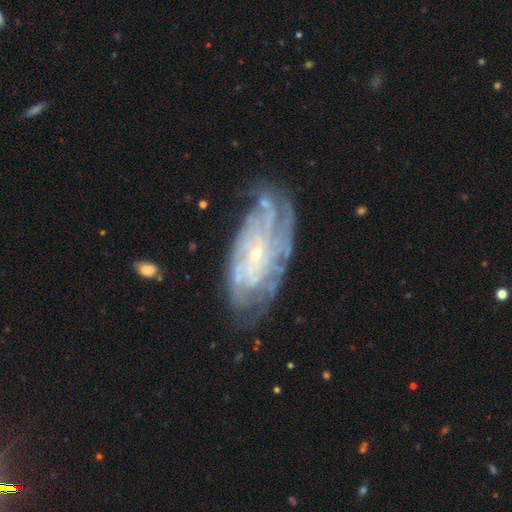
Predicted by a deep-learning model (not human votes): Smooth or featured?
  - featured or disk: 85% *
  - smooth: 9%
  - star or artifact: 6%
Edge-on disk?
  - no: 93% *
  - yes: 7%
Bar?
  - no: 68% *
  - weak: 24%
  - strong: 7%
Spiral arms?
  - yes: 93% *
  - no: 7%
Spiral winding?
  - tight: 69% *
  - medium: 24%
  - loose: 7%
Spiral arm count?
  - can't tell: 42% *
  - 4: 18%
  - more than 4: 13%
  - 3: 11%
  - 2: 9%
  - 1: 6%
Bulge size?
  - small: 83% *
  - moderate: 12%
  - none: 3%
  - large: 1%
  - dominant: 1%
Merging?
  - none: 67% *
  - minor disturbance: 21%
  - major disturbance: 9%
  - merger: 3%